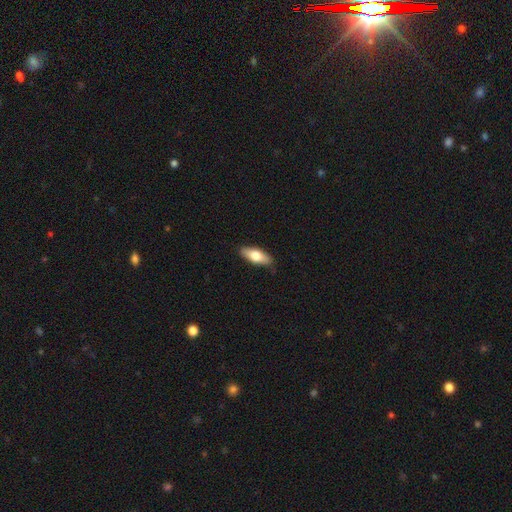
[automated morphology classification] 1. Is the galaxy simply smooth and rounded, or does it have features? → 71% smooth, 23% featured or disk, 6% star or artifact.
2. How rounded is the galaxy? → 74% in between, 23% cigar-shaped, 2% round.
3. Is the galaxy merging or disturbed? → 87% none, 10% minor disturbance, 2% major disturbance, 1% merger.